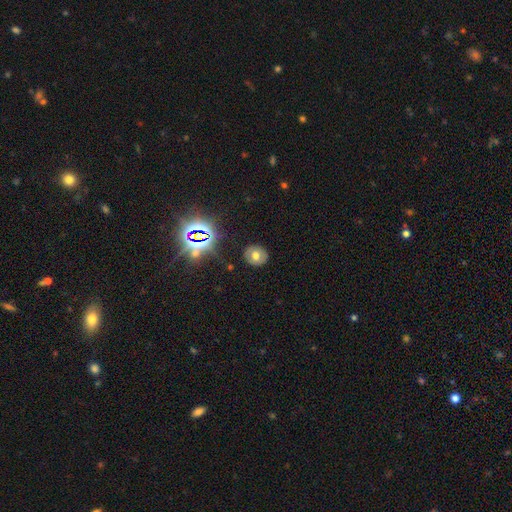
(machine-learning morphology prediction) smooth-or-featured: smooth: 60% | featured or disk: 22% | star or artifact: 18%
  how-rounded: round: 77% | in between: 22% | cigar-shaped: 1%
  merging: none: 87% | minor disturbance: 9% | major disturbance: 3% | merger: 1%